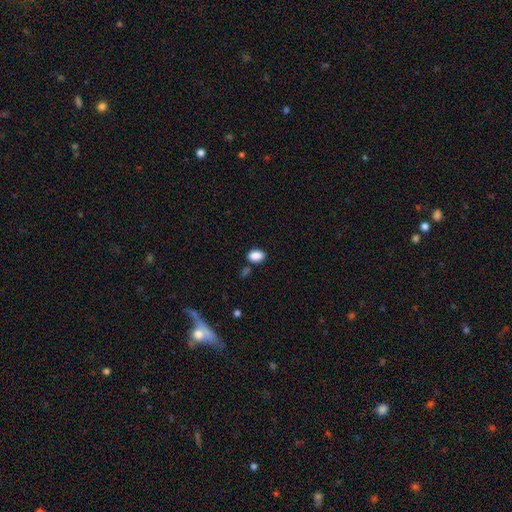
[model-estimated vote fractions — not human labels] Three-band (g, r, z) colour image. It shows a smooth galaxy with no disk features (88%) that is in between round and cigar-shaped (84%). Merging: none (77%).